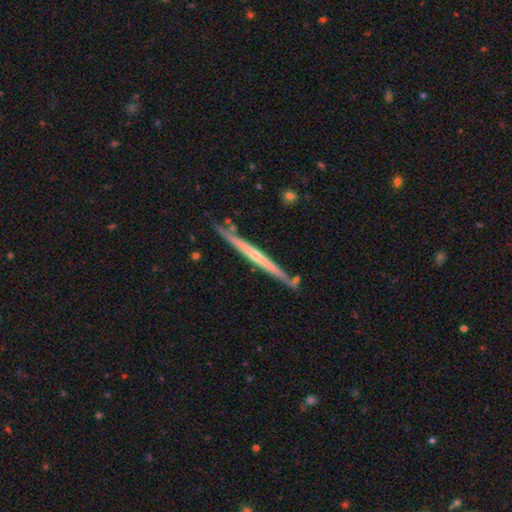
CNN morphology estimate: Smooth or featured? Predicted: featured or disk (p=0.65). Edge-on disk? Predicted: yes (p=0.97). Edge-on bulge? Predicted: none (p=0.65). Merging? Predicted: none (p=0.84).